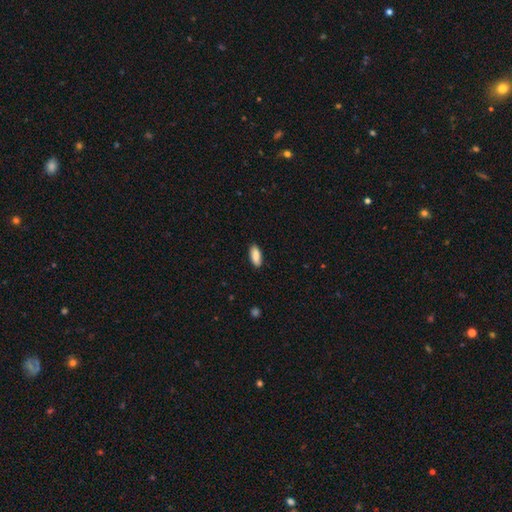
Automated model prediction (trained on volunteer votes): Smooth or featured?
  - smooth: 88% *
  - star or artifact: 6%
  - featured or disk: 6%
How rounded?
  - in between: 78% *
  - cigar-shaped: 20%
  - round: 2%
Merging?
  - none: 88% *
  - minor disturbance: 9%
  - major disturbance: 2%
  - merger: 1%